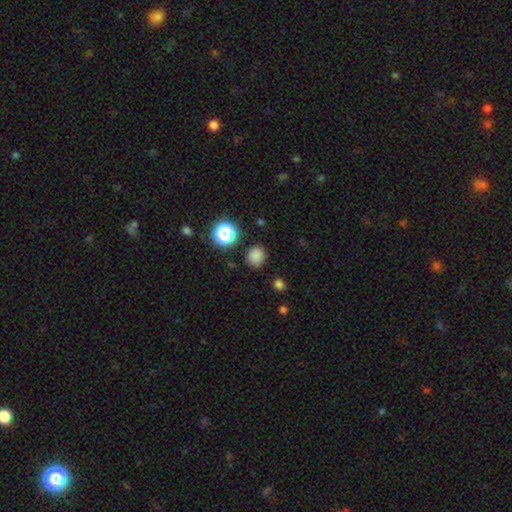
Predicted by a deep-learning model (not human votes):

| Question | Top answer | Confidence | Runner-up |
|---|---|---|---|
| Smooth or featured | smooth | 81% | star or artifact (15%) |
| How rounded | round | 82% | in between (18%) |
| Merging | none | 85% | minor disturbance (10%) |